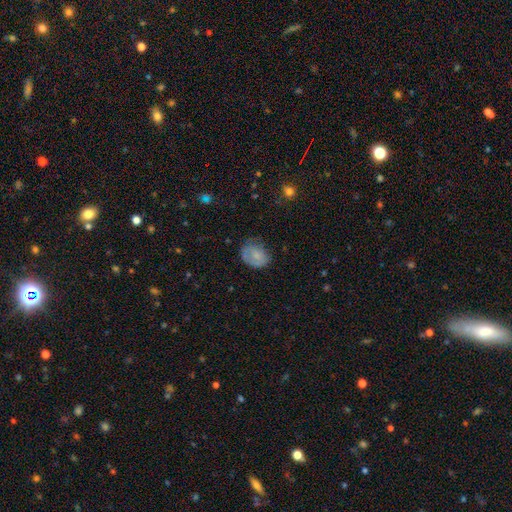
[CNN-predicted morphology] Smooth or featured: smooth — 71% (featured or disk — 20%)
How rounded: in between — 62% (round — 37%)
Merging: none — 57% (minor disturbance — 29%)